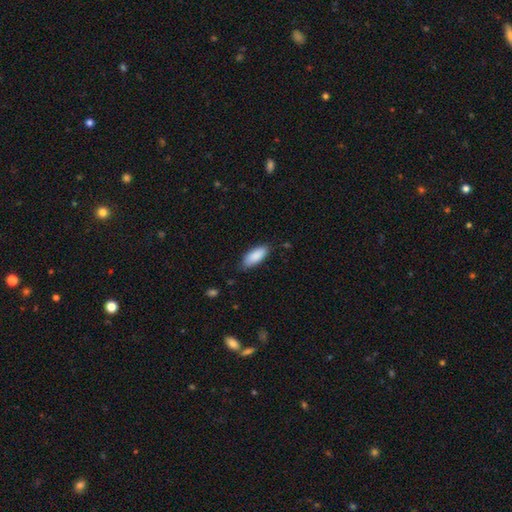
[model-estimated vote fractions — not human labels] A smooth galaxy with no disk features (89%) that is in between round and cigar-shaped (83%). Merging: none (78%).